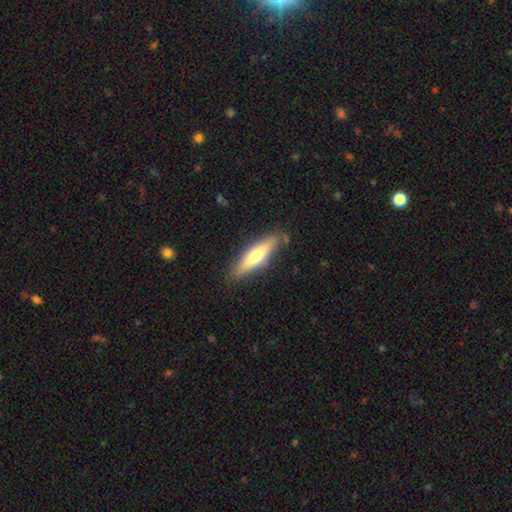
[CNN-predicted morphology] Overall: smooth (55%; featured or disk 40%). How rounded: cigar-shaped (75%). Merging: none (84%).